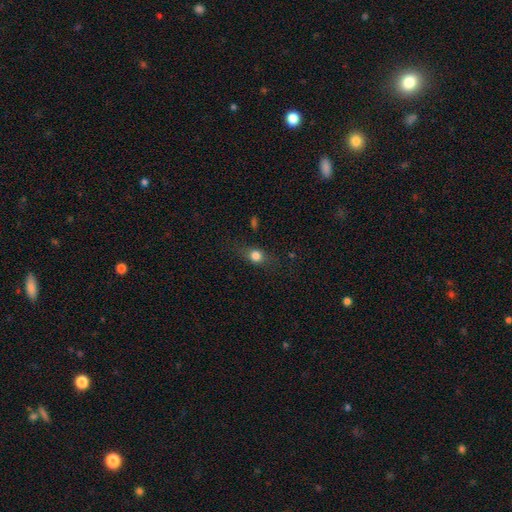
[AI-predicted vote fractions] smooth 74%, featured or disk 14%, star or artifact 12%. Down the decision tree: how rounded — round (57%); merging — none (73%).